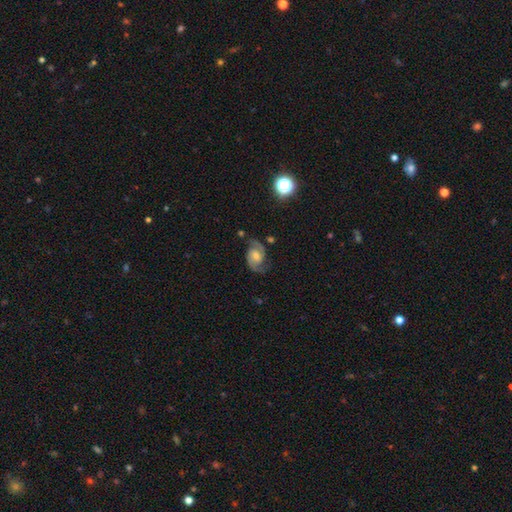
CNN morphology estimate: smooth-or-featured: featured or disk: 84% | smooth: 9% | star or artifact: 7%
  disk-edge-on: no: 98% | yes: 2%
    bar: weak: 46% | no: 43% | strong: 12%
    has-spiral-arms: yes: 97% | no: 3%
      spiral-winding: medium: 57% | tight: 25% | loose: 18%
      spiral-arm-count: 2: 93% | can't tell: 3% | 1: 1% | 3: 1% | 4: 1% | more than 4: 1%
    bulge-size: moderate: 54% | small: 30% | large: 8% | none: 6% | dominant: 1%
  merging: none: 77% | minor disturbance: 15% | major disturbance: 6% | merger: 2%